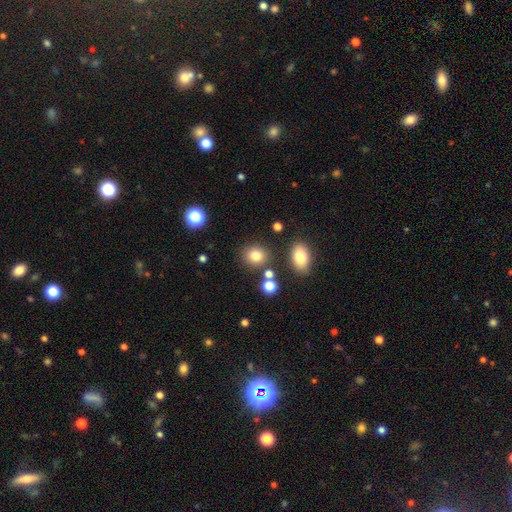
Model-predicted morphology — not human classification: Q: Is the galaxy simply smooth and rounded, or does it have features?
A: smooth — 81%.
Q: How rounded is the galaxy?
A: round — 69%.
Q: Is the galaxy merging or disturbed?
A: none — 80%.